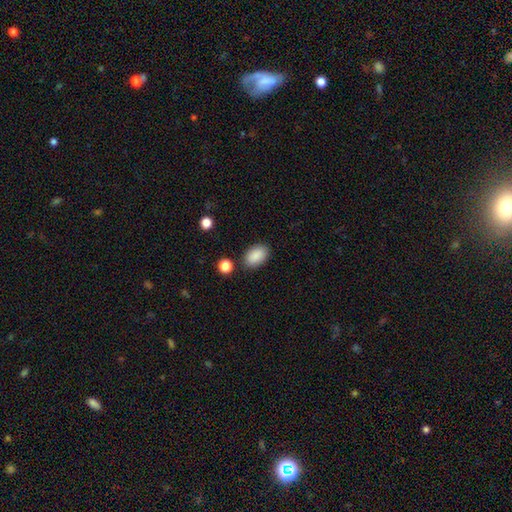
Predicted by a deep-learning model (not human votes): This appears to be a smooth galaxy with no disk features (89%) that is in between round and cigar-shaped (91%). Merging: none (84%).